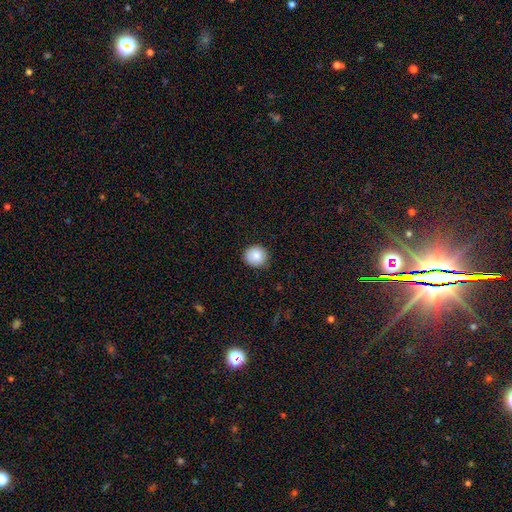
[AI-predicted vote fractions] The model was most divided on "merging": none: 87%, minor disturbance: 10%, major disturbance: 2%, merger: 1%. More confident: how rounded — round (88%); smooth or featured — smooth (87%).